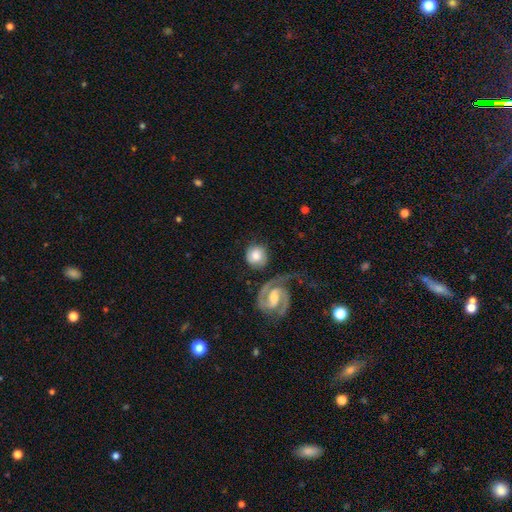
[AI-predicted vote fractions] Smooth or featured?
  - smooth: 58% *
  - featured or disk: 35%
  - star or artifact: 7%
How rounded?
  - round: 87% *
  - in between: 12%
  - cigar-shaped: 1%
Merging?
  - none: 66% *
  - minor disturbance: 14%
  - merger: 13%
  - major disturbance: 7%